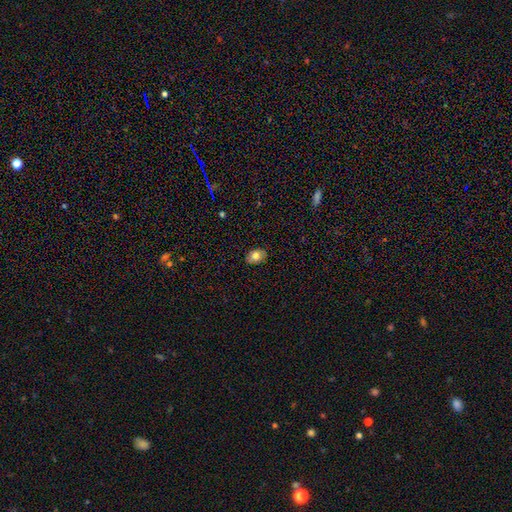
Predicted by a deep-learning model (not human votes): Q: Smooth or featured?
A: smooth (80%); runner-up: featured or disk (12%)
Q: How rounded?
A: in between (77%); runner-up: round (22%)
Q: Merging?
A: none (86%); runner-up: minor disturbance (11%)